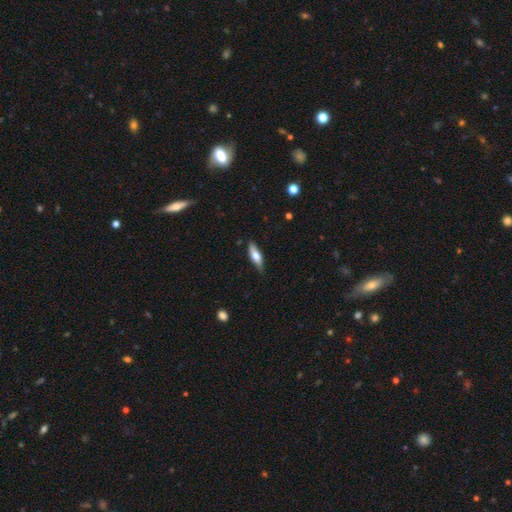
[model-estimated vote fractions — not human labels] Morphology: type=smooth (56%); roundness=cigar-shaped (50%); merging=none (80%).